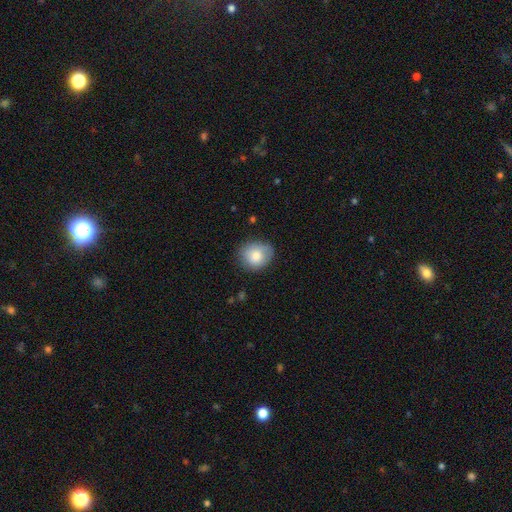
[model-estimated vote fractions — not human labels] A smooth galaxy with no disk features (81%) that is round (65%).

Vote fractions:
- Smooth or featured? smooth: 81% / featured or disk: 11% / star or artifact: 8%
- How rounded? round: 65% / in between: 34% / cigar-shaped: 1%
- Merging? none: 74% / minor disturbance: 21% / major disturbance: 4% / merger: 1%